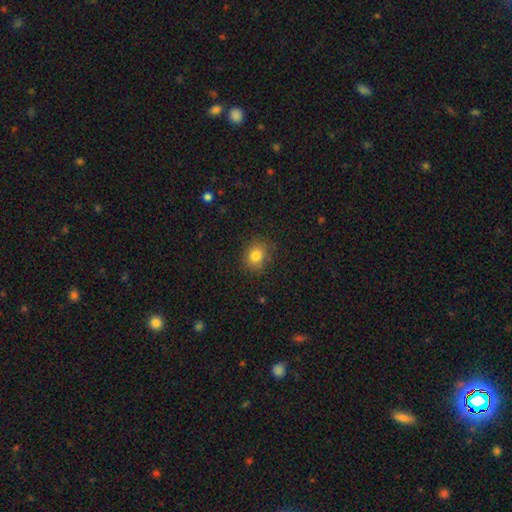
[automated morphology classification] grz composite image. It shows a smooth galaxy with no disk features (82%) that is round (63%). Merging: none (84%).